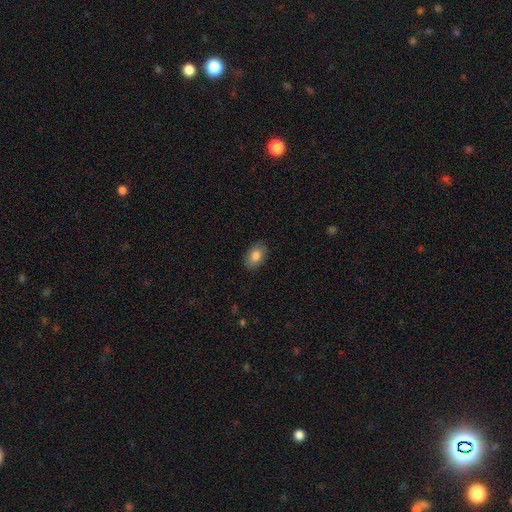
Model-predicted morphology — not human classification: Smooth or featured?
  - smooth: 83% *
  - featured or disk: 10%
  - star or artifact: 7%
How rounded?
  - in between: 88% *
  - round: 11%
  - cigar-shaped: 1%
Merging?
  - none: 87% *
  - minor disturbance: 10%
  - major disturbance: 2%
  - merger: 1%